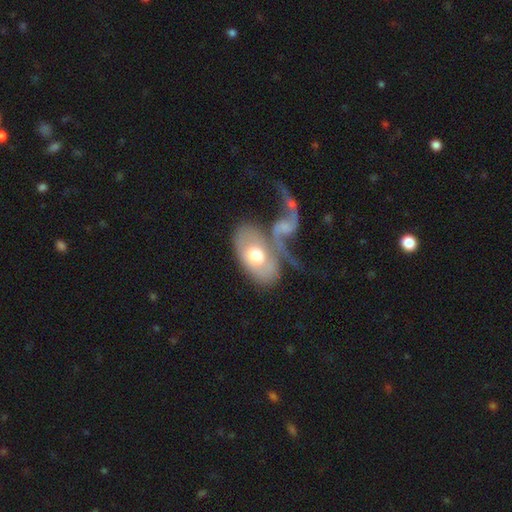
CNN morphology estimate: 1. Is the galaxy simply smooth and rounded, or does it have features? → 54% featured or disk, 41% smooth, 6% star or artifact.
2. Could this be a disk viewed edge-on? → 92% no, 8% yes.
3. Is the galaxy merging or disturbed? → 48% merger, 20% none, 20% major disturbance, 12% minor disturbance.